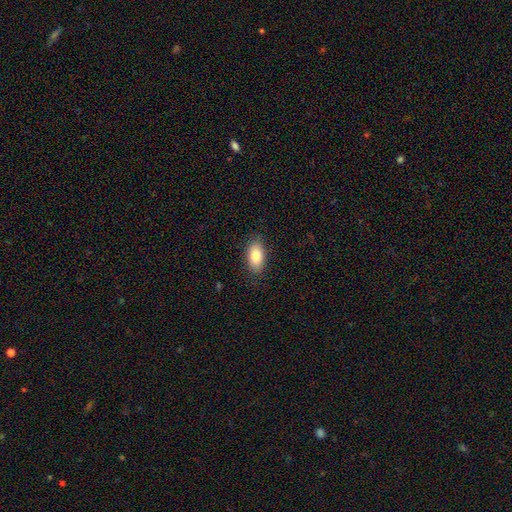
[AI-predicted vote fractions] Morphology: type=smooth (83%); roundness=in between (92%); merging=none (87%).